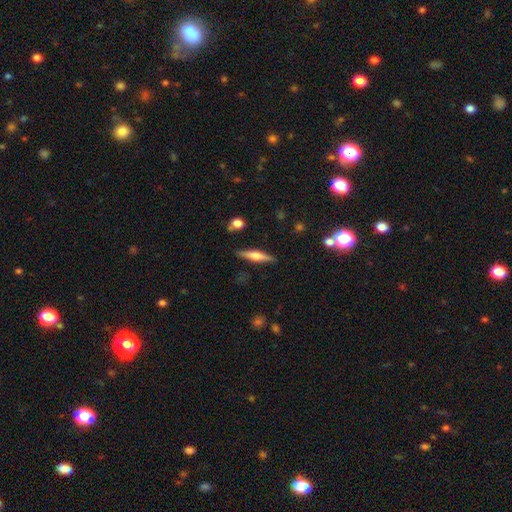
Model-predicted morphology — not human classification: Smooth or featured: featured or disk — 57% (smooth — 37%)
Edge-on disk: yes — 96% (no — 4%)
Edge-on bulge: rounded — 80% (boxy — 12%)
Merging: none — 87% (minor disturbance — 9%)